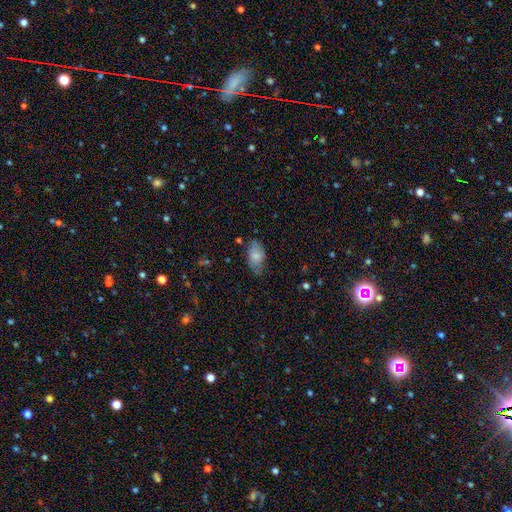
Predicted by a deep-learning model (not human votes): The model was most divided on "merging": none: 64%, minor disturbance: 28%, major disturbance: 6%, merger: 2%. More confident: how rounded — in between (93%); smooth or featured — smooth (79%).